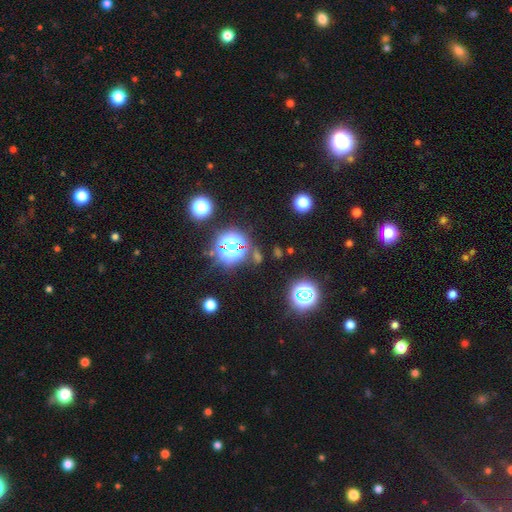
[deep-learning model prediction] This is likely a star or artifact rather than a galaxy (69%).